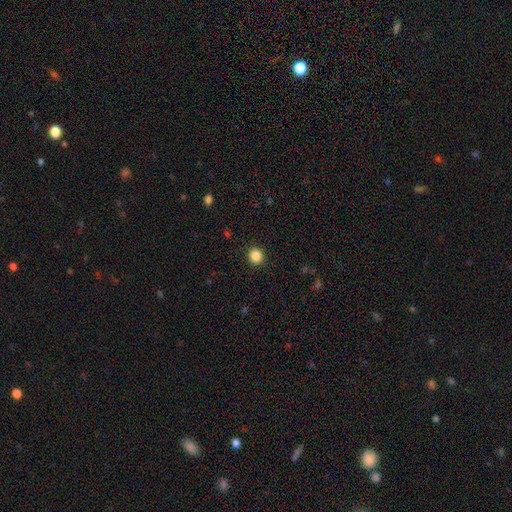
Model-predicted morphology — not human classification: type=smooth (86%); roundness=round (86%); merging=none (91%).